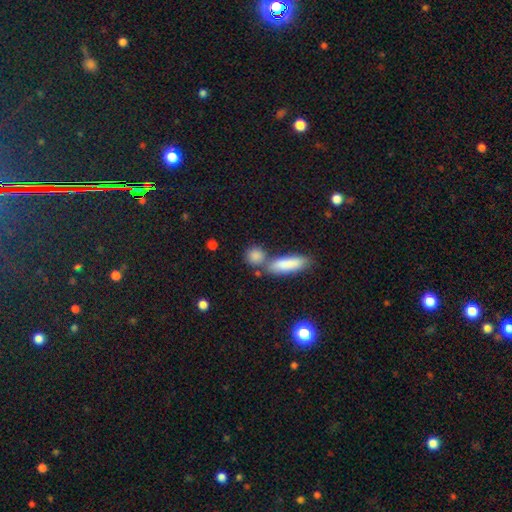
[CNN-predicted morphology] A smooth galaxy with no disk features (85%) that is round (59%).

Vote fractions:
- Smooth or featured? smooth: 85% / star or artifact: 8% / featured or disk: 7%
- How rounded? round: 59% / in between: 27% / cigar-shaped: 14%
- Merging? none: 61% / merger: 25% / minor disturbance: 10% / major disturbance: 4%